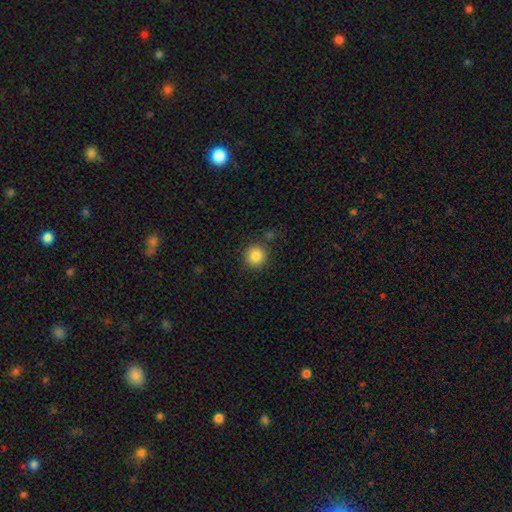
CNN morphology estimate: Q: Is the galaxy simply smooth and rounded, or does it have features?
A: smooth — 86%.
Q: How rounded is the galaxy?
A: round — 93%.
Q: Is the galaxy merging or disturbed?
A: none — 84%.